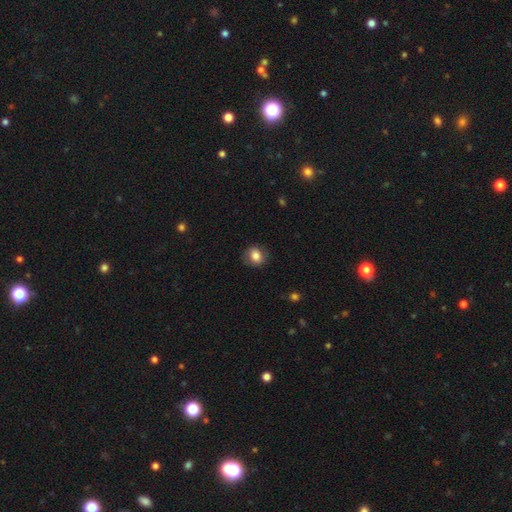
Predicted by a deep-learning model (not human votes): This appears to be a smooth galaxy with no disk features (76%) that is round (63%). Merging: none (78%).